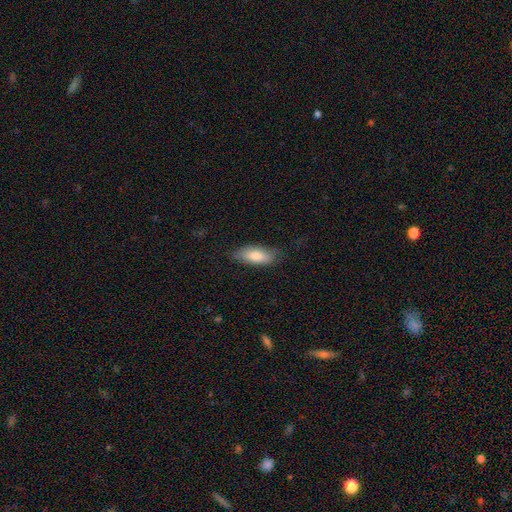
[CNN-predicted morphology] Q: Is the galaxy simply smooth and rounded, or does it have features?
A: smooth — 80%.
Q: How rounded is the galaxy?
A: in between — 77%.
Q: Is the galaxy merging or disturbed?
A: none — 77%.